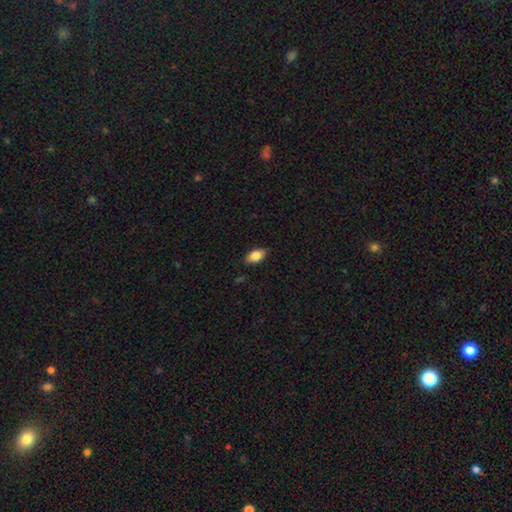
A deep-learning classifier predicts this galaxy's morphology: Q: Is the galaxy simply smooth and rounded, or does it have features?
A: smooth — 84%.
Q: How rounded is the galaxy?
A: in between — 92%.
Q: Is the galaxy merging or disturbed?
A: none — 85%.